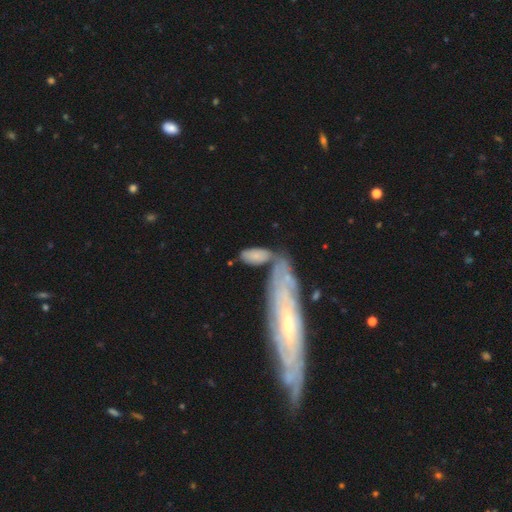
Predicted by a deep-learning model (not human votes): The model was most divided on "merging": none: 44%, merger: 26%, minor disturbance: 21%, major disturbance: 9%. More confident: how rounded — in between (86%); smooth or featured — smooth (68%).